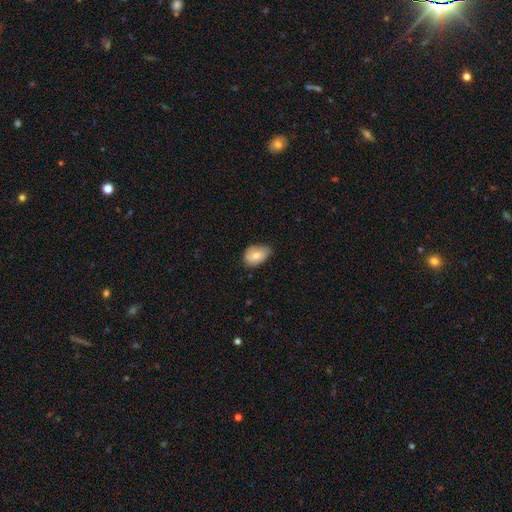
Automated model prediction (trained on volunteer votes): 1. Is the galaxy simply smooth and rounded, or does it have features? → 76% smooth, 17% featured or disk, 7% star or artifact.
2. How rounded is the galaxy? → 80% in between, 18% round, 1% cigar-shaped.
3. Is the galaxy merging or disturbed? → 59% none, 34% minor disturbance, 6% major disturbance, 1% merger.